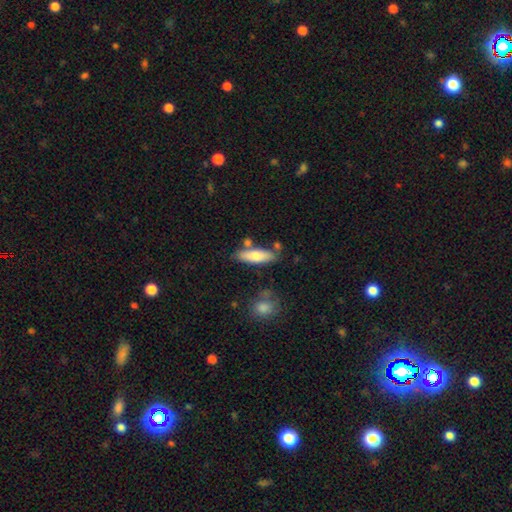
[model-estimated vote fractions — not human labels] Q: Smooth or featured?
A: smooth (74%); runner-up: featured or disk (21%)
Q: How rounded?
A: in between (49%); runner-up: cigar-shaped (48%)
Q: Merging?
A: none (73%); runner-up: minor disturbance (14%)